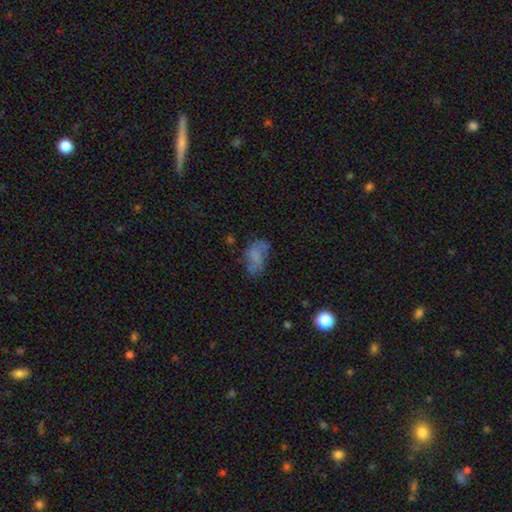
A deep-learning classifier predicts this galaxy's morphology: A smooth galaxy with no disk features (50%) that is in between round and cigar-shaped (88%). Merging: none (45%).